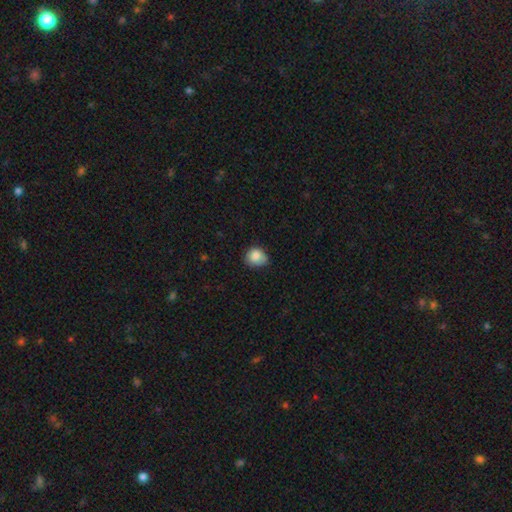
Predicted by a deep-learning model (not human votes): This appears to be a smooth galaxy with no disk features (83%) that is round (74%). Merging: none (64%).